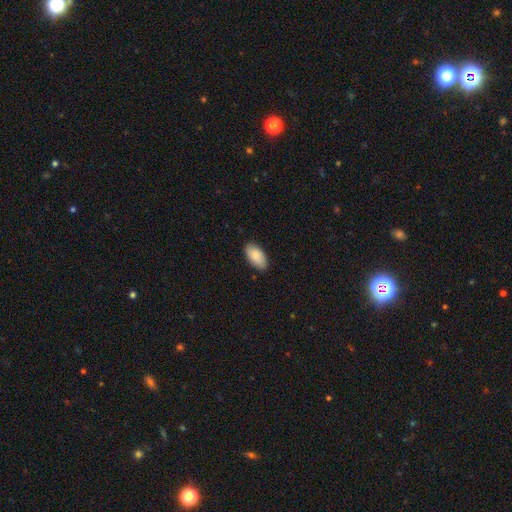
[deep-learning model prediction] Smooth or featured? smooth (89%)
How rounded? in between (95%)
Merging? none (86%)